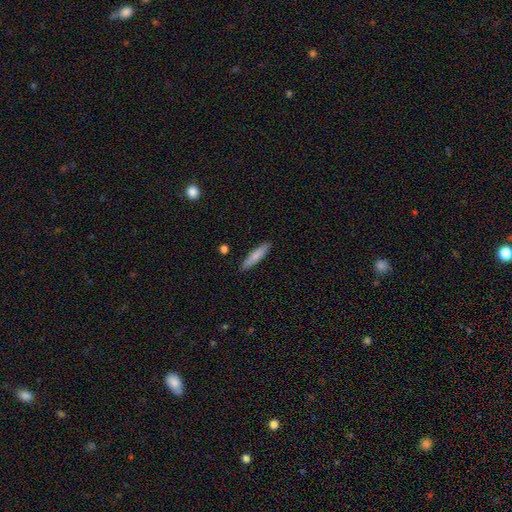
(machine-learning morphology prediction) type=smooth (78%); roundness=cigar-shaped (84%); merging=none (89%).